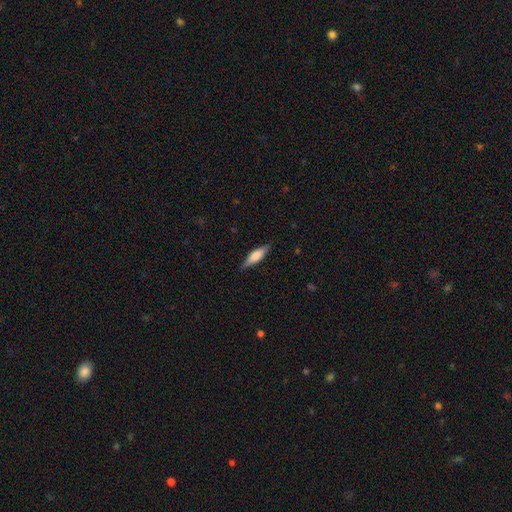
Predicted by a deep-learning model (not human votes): This appears to be a smooth galaxy with no disk features (55%) that is cigar-shaped (61%). Merging: none (85%).